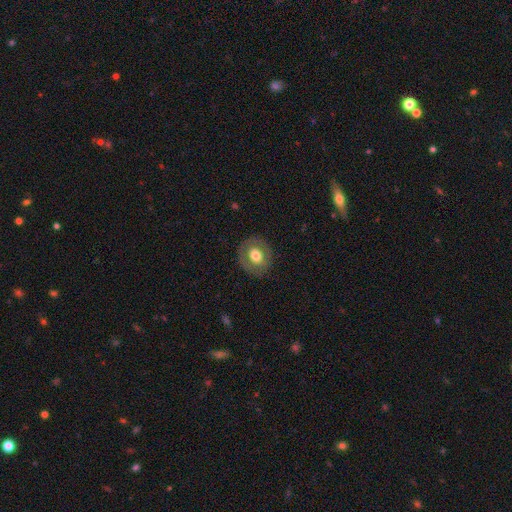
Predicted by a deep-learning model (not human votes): Smooth or featured: smooth — 59% (featured or disk — 34%)
How rounded: round — 69% (in between — 30%)
Merging: none — 83% (minor disturbance — 11%)